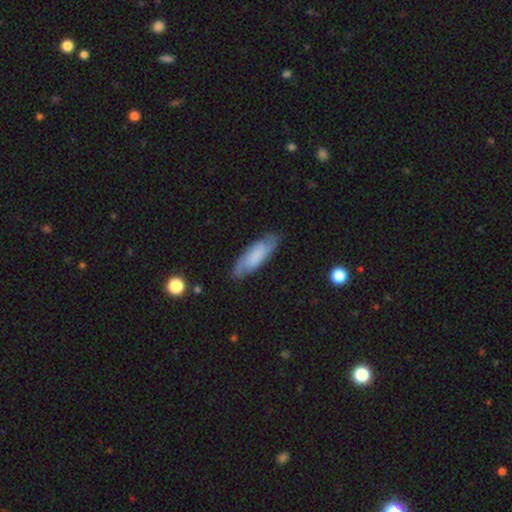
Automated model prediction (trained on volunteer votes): The model was most divided on "how rounded": in between: 50%, cigar-shaped: 48%, round: 2%. More confident: merging — none (81%); smooth or featured — smooth (63%).